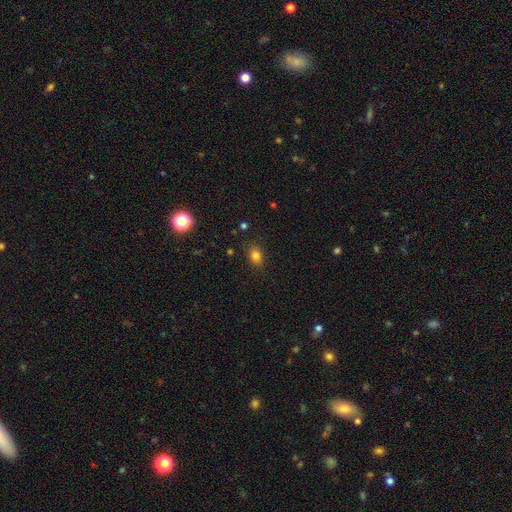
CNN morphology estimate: smooth 80%, star or artifact 13%, featured or disk 6%. Down the decision tree: how rounded — in between (70%); merging — none (84%).